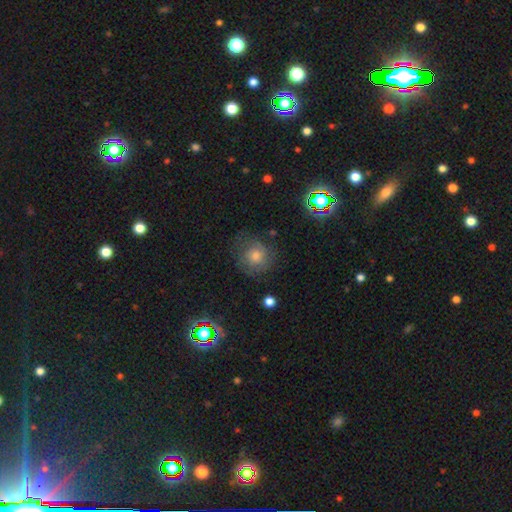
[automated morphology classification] A smooth galaxy with no disk features (45%). Merging: none (74%).